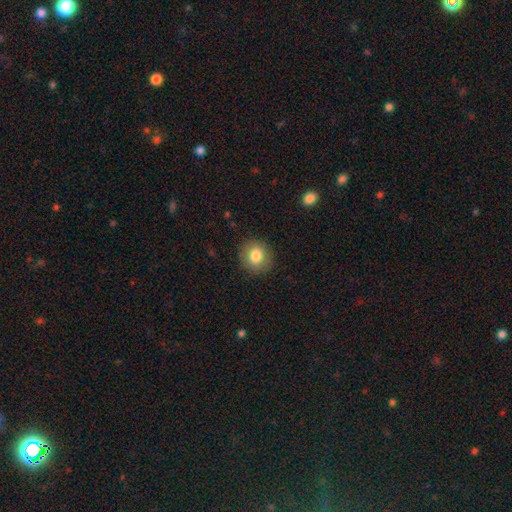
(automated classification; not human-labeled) smooth_or_featured: smooth (p=0.82) [alt: featured or disk p=0.09]
how_rounded: round (p=0.86) [alt: in between p=0.13]
merging: none (p=0.90) [alt: minor disturbance p=0.07]